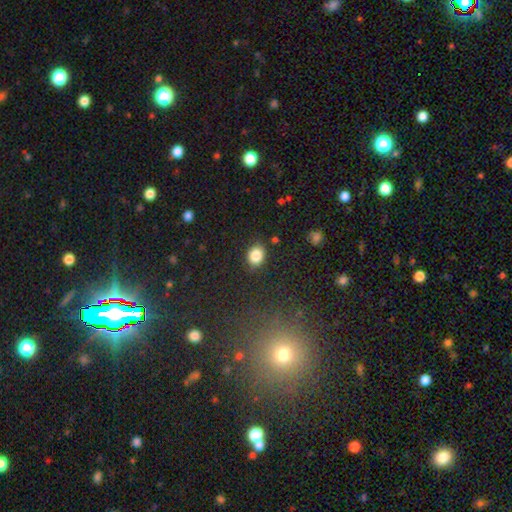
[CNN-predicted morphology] Q: Smooth or featured?
A: smooth (85%); runner-up: star or artifact (10%)
Q: How rounded?
A: round (54%); runner-up: in between (44%)
Q: Merging?
A: none (84%); runner-up: minor disturbance (11%)